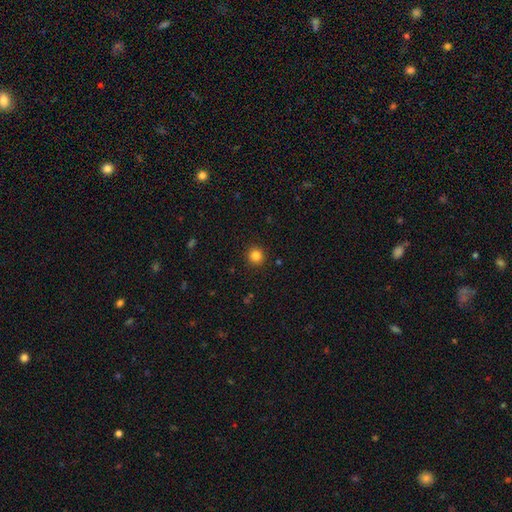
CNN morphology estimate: smooth-or-featured: smooth: 83% | star or artifact: 12% | featured or disk: 5%
  how-rounded: round: 93% | in between: 6% | cigar-shaped: 1%
  merging: none: 92% | minor disturbance: 5% | major disturbance: 2% | merger: 1%